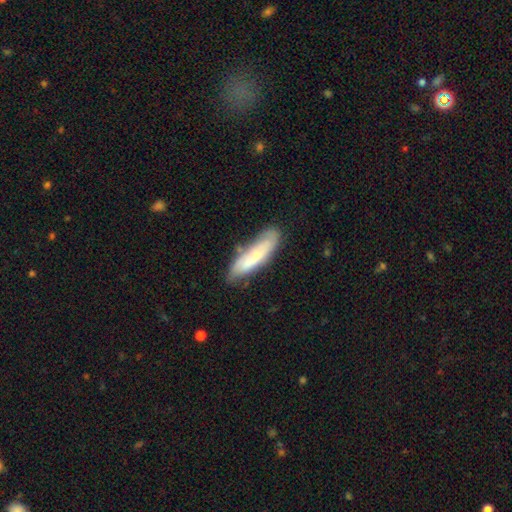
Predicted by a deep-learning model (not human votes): Q: Smooth or featured?
A: smooth (61%); runner-up: featured or disk (32%)
Q: How rounded?
A: cigar-shaped (65%); runner-up: in between (33%)
Q: Merging?
A: none (66%); runner-up: minor disturbance (23%)